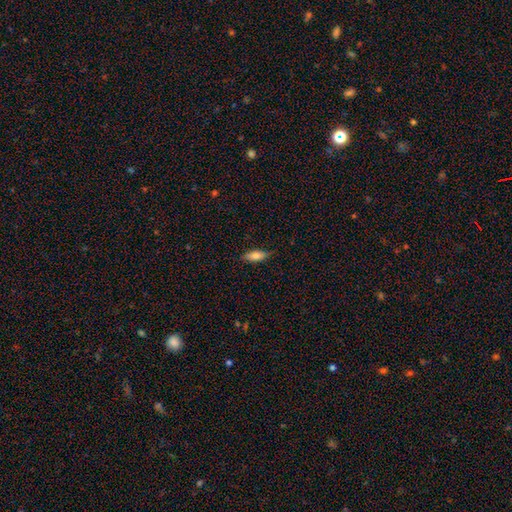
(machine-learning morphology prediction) type=smooth (76%); roundness=in between (65%); merging=none (81%).